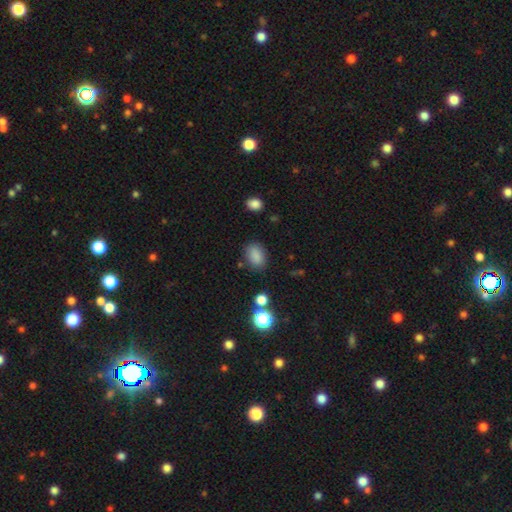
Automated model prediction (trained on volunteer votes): This is clearly a smooth galaxy (84%). How rounded: clearly in between (81%). Merging: likely none (80%).